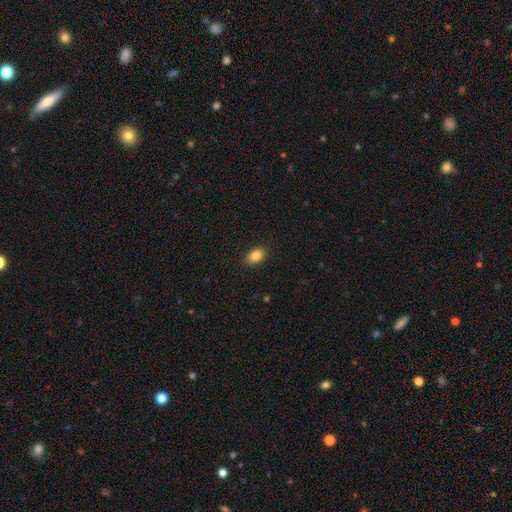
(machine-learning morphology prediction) Smooth or featured? Predicted: smooth (p=0.84). How rounded? Predicted: in between (p=0.86). Merging? Predicted: none (p=0.89).